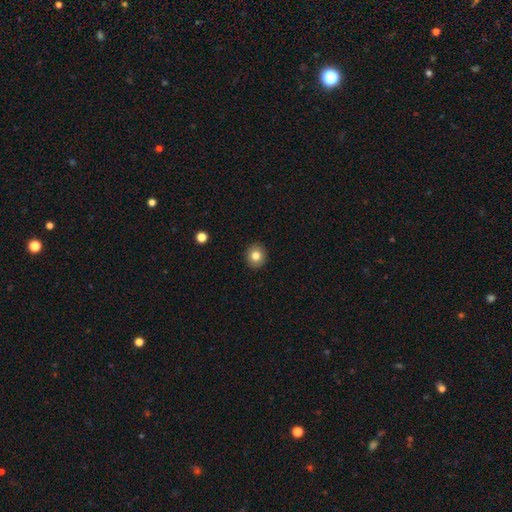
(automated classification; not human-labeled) smooth_or_featured: smooth (p=0.81) [alt: star or artifact p=0.10]
how_rounded: round (p=0.82) [alt: in between p=0.17]
merging: none (p=0.92) [alt: minor disturbance p=0.06]